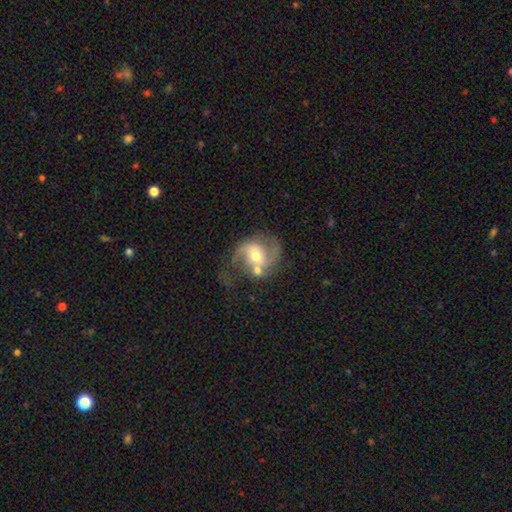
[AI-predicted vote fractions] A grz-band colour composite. It shows a featured or disk galaxy (77%) with a weak bar (41%), 2 (85%) medium (45%) spiral arms (90%) and a moderate central bulge (66%). Merging: none (45%).